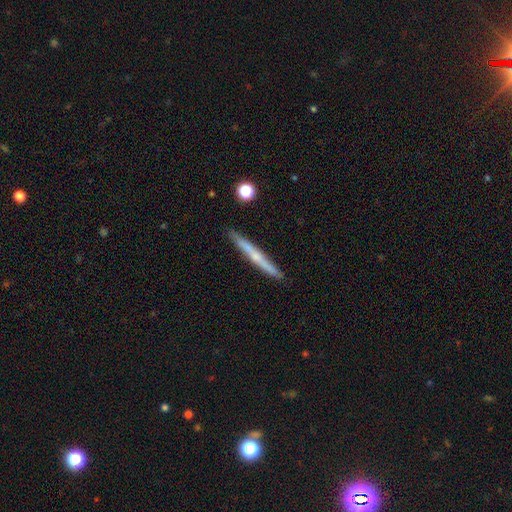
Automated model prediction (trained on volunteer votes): Smooth or featured: featured or disk — 53% (smooth — 40%)
Edge-on disk: yes — 96% (no — 4%)
Edge-on bulge: none — 51% (rounded — 45%)
Merging: none — 89% (minor disturbance — 8%)